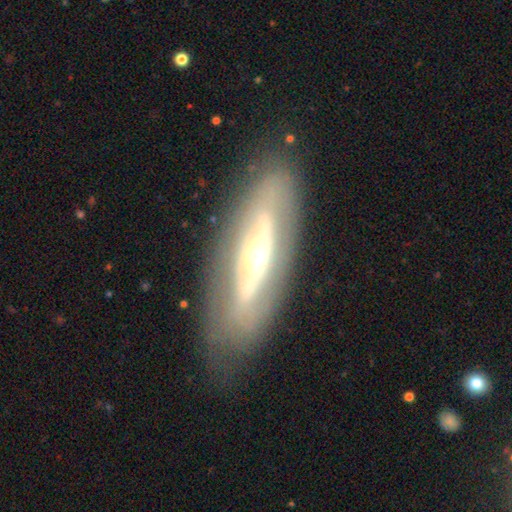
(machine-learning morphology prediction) smooth_or_featured: featured or disk (p=0.72) [alt: smooth p=0.22]
disk_edge_on: no (p=0.72) [alt: yes p=0.28]
bar: no (p=0.57) [alt: weak p=0.22]
has_spiral_arms: no (p=0.59) [alt: yes p=0.41]
bulge_size: moderate (p=0.59) [alt: small p=0.30]
merging: none (p=0.78) [alt: minor disturbance p=0.14]